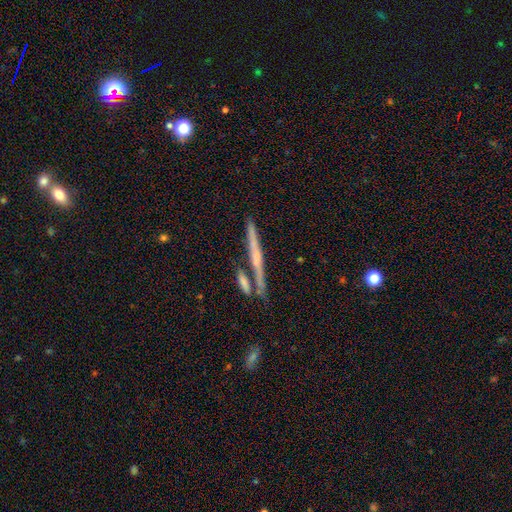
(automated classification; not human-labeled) Smooth or featured? Predicted: featured or disk (p=0.62). Edge-on disk? Predicted: yes (p=0.96). Edge-on bulge? Predicted: none (p=0.49). Merging? Predicted: none (p=0.77).